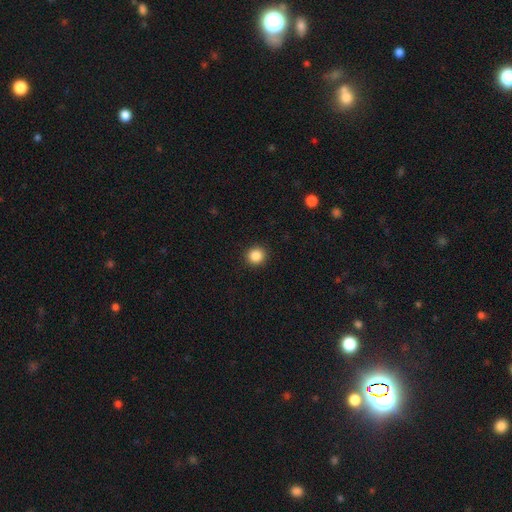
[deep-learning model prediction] Smooth or featured: smooth — 86% (star or artifact — 10%)
How rounded: round — 92% (in between — 7%)
Merging: none — 92% (minor disturbance — 5%)